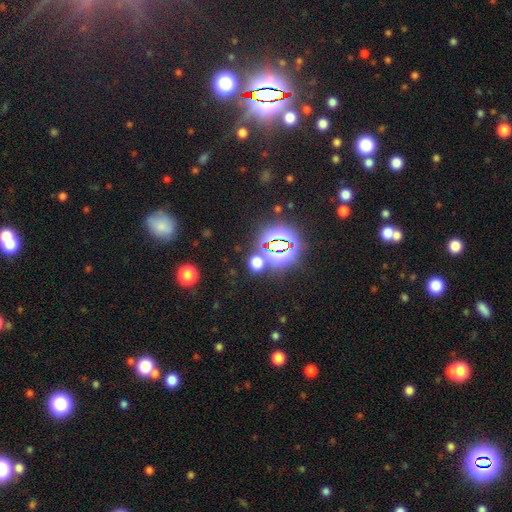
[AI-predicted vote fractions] smooth-or-featured: star or artifact: 81% | smooth: 12% | featured or disk: 7%